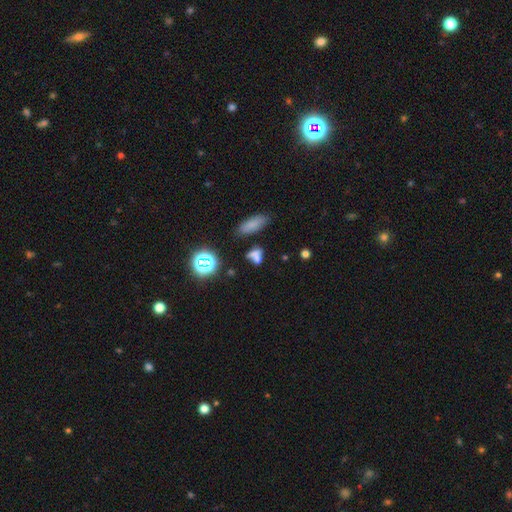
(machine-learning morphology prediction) Smooth or featured: smooth — 61% (star or artifact — 25%)
How rounded: in between — 61% (round — 29%)
Merging: none — 42% (merger — 32%)